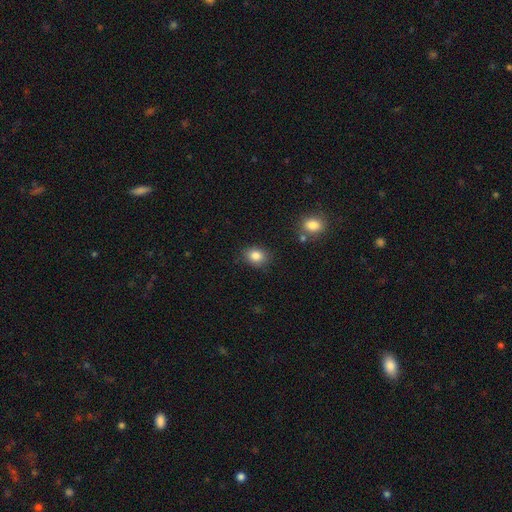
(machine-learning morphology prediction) smooth 84%, star or artifact 10%, featured or disk 6%. Down the decision tree: how rounded — in between (55%); merging — none (83%).